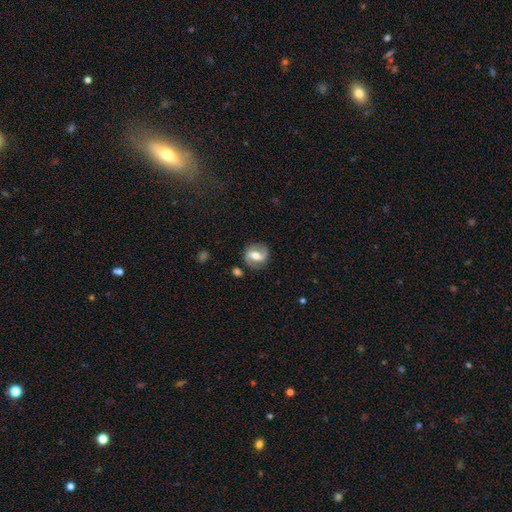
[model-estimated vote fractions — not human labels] Smooth or featured?
  - featured or disk: 68% *
  - smooth: 25%
  - star or artifact: 7%
Edge-on disk?
  - no: 96% *
  - yes: 4%
Bar?
  - weak: 39% *
  - strong: 38%
  - no: 23%
Spiral arms?
  - yes: 86% *
  - no: 14%
Spiral winding?
  - loose: 41% *
  - medium: 40%
  - tight: 19%
Spiral arm count?
  - 2: 88% *
  - can't tell: 5%
  - 1: 4%
  - 3: 1%
  - 4: 1%
  - more than 4: 1%
Bulge size?
  - moderate: 71% *
  - small: 18%
  - large: 9%
  - none: 1%
  - dominant: 1%
Merging?
  - none: 80% *
  - minor disturbance: 13%
  - major disturbance: 5%
  - merger: 2%